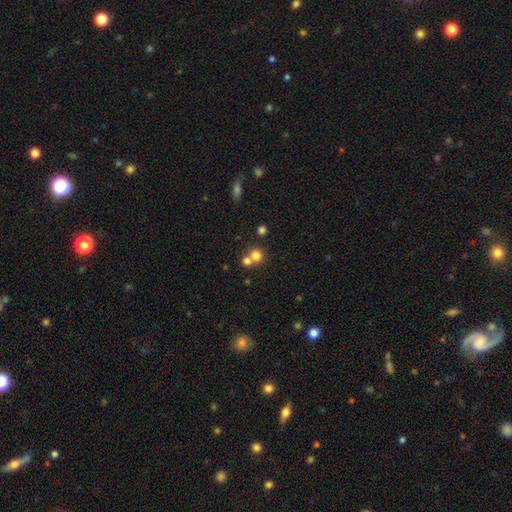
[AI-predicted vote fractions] A smooth galaxy with no disk features (77%) that is round (85%).

Vote fractions:
- Smooth or featured? smooth: 77% / star or artifact: 13% / featured or disk: 10%
- How rounded? round: 85% / in between: 14% / cigar-shaped: 1%
- Merging? merger: 47% / none: 45% / minor disturbance: 6% / major disturbance: 3%